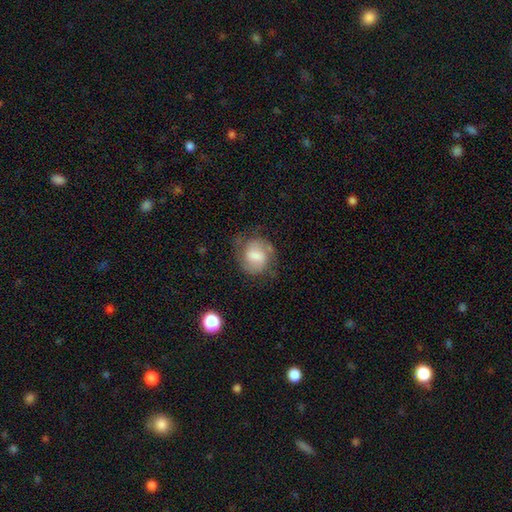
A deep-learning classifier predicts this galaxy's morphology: featured or disk 58%, smooth 33%, star or artifact 8%. Down the decision tree: edge-on disk — no (98%); bar — weak (50%); spiral arms — yes (88%); spiral arm count — 2 (80%); spiral winding — medium (49%); bulge size — moderate (35%); merging — none (64%).